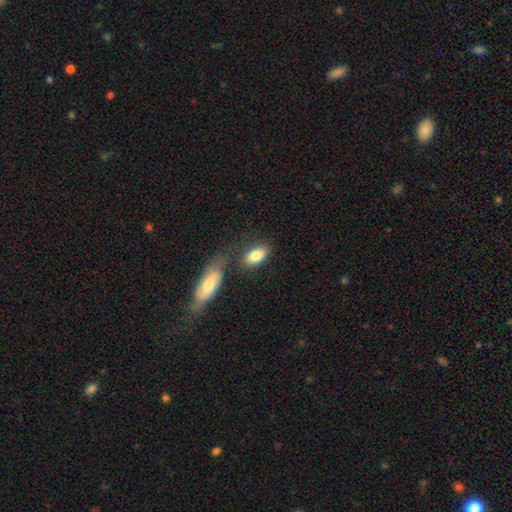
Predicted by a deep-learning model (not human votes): smooth_or_featured: smooth (p=0.81) [alt: featured or disk p=0.12]
how_rounded: in between (p=0.89) [alt: round p=0.06]
merging: none (p=0.65) [alt: merger p=0.17]